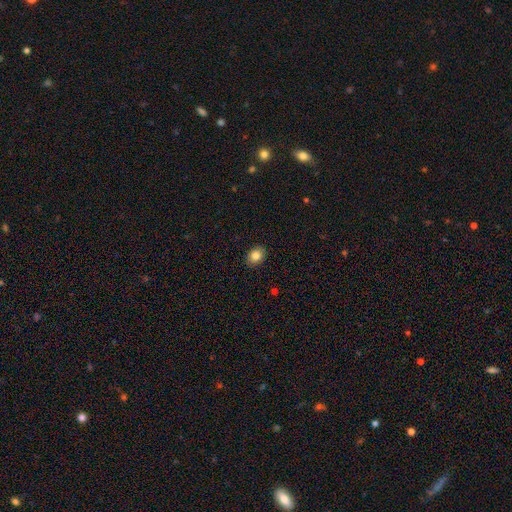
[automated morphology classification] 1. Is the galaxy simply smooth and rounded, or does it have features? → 84% smooth, 9% star or artifact, 7% featured or disk.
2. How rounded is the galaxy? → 59% in between, 40% round, 1% cigar-shaped.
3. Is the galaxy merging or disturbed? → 89% none, 8% minor disturbance, 2% major disturbance, 1% merger.